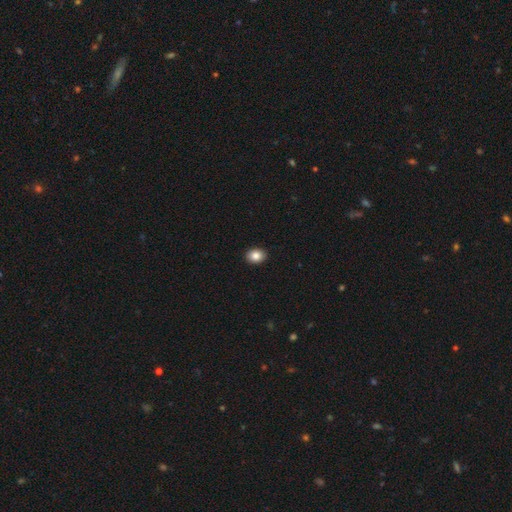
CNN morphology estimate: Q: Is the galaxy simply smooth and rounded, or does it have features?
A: smooth — 86%.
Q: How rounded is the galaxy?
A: in between — 63%.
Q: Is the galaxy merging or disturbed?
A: none — 91%.